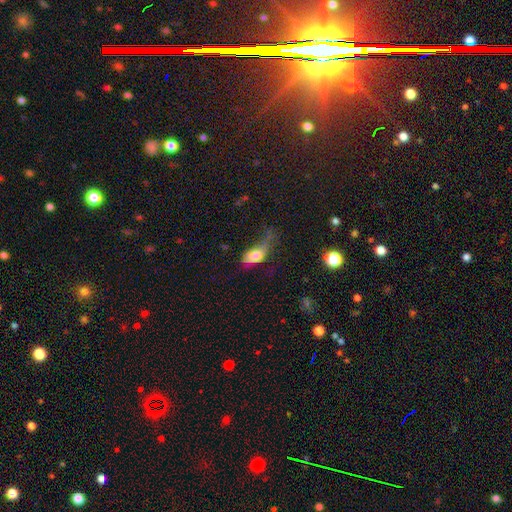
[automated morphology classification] smooth 68%, featured or disk 22%, star or artifact 10%. Down the decision tree: how rounded — in between (82%); merging — major disturbance (43%).